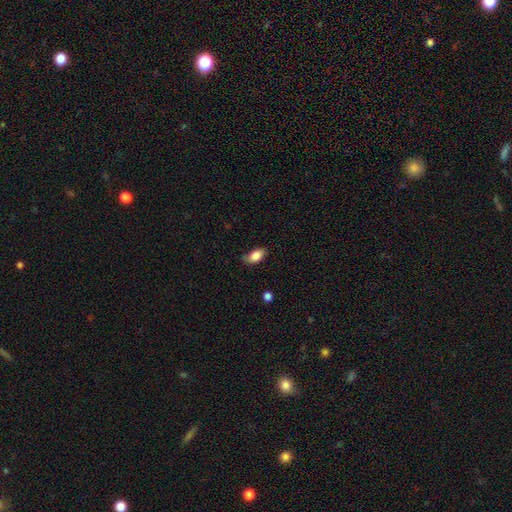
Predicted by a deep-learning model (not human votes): Q: Smooth or featured?
A: smooth (84%); runner-up: featured or disk (9%)
Q: How rounded?
A: in between (90%); runner-up: round (5%)
Q: Merging?
A: none (71%); runner-up: minor disturbance (24%)